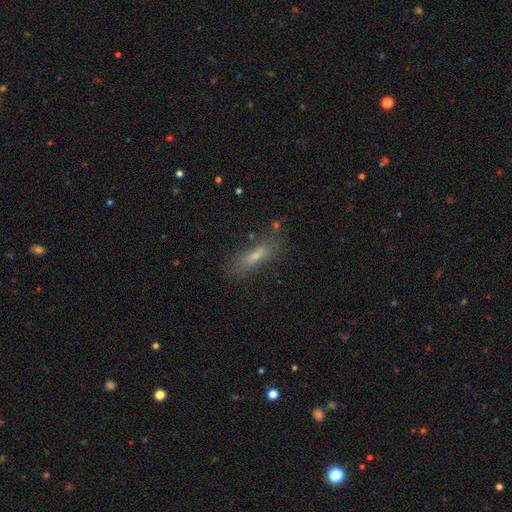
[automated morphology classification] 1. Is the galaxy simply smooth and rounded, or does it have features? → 62% smooth, 26% featured or disk, 13% star or artifact.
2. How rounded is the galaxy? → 58% cigar-shaped, 39% in between, 4% round.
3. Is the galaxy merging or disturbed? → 72% none, 17% minor disturbance, 7% major disturbance, 4% merger.